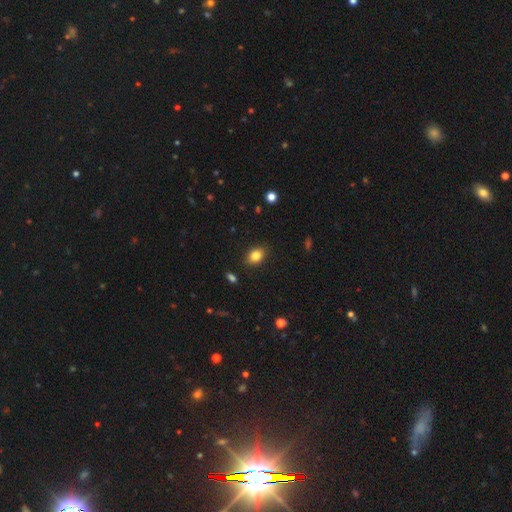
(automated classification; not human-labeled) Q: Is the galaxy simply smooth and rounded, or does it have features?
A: smooth — 84%.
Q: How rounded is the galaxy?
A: in between — 69%.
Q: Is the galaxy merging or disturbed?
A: none — 87%.